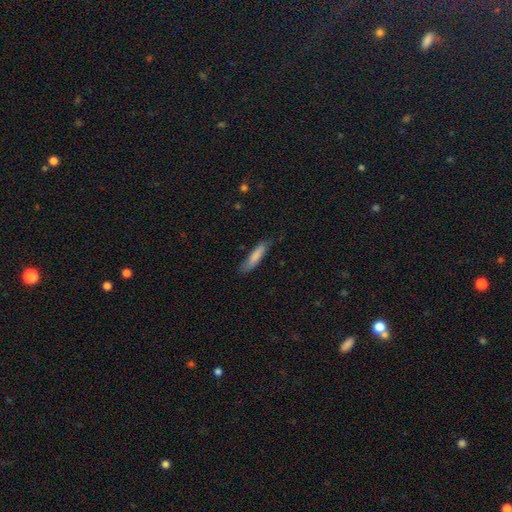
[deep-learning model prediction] Overall: smooth (80%). How rounded: cigar-shaped (78%). Merging: none (73%).